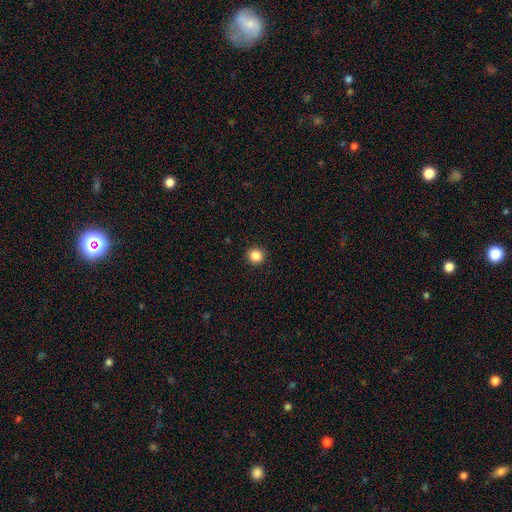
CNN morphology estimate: type=smooth (86%); roundness=round (91%); merging=none (92%).